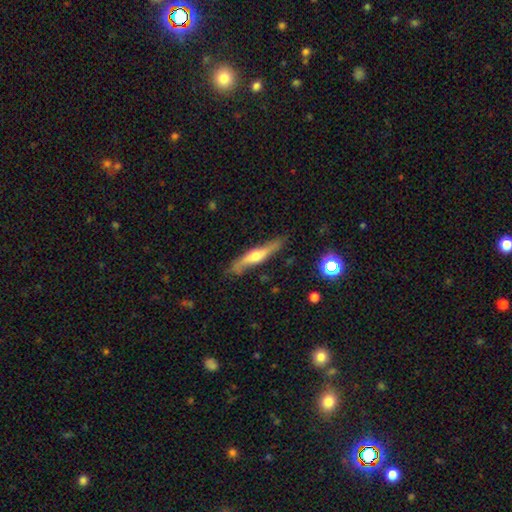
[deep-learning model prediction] This is likely a featured or disk galaxy (61%). It is clearly viewed edge-on (88%). Edge-on bulge: clearly rounded (88%). Merging: likely none (75%).